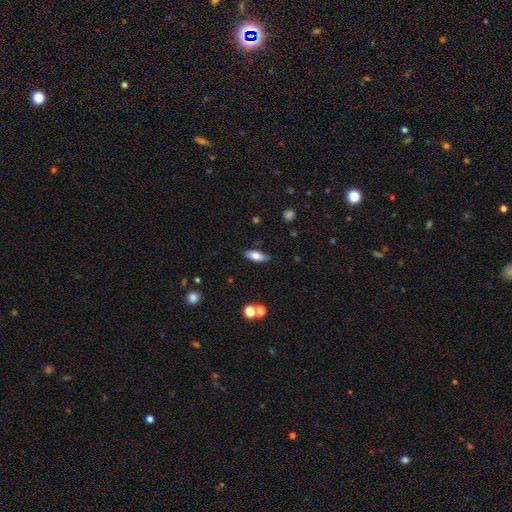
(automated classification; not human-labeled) smooth 75%, featured or disk 18%, star or artifact 8%. Down the decision tree: how rounded — in between (76%); merging — none (81%).